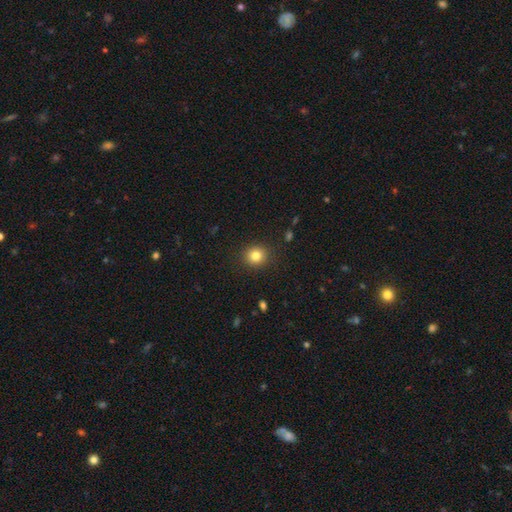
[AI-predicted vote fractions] Smooth or featured? Predicted: smooth (p=0.81). How rounded? Predicted: round (p=0.87). Merging? Predicted: none (p=0.90).